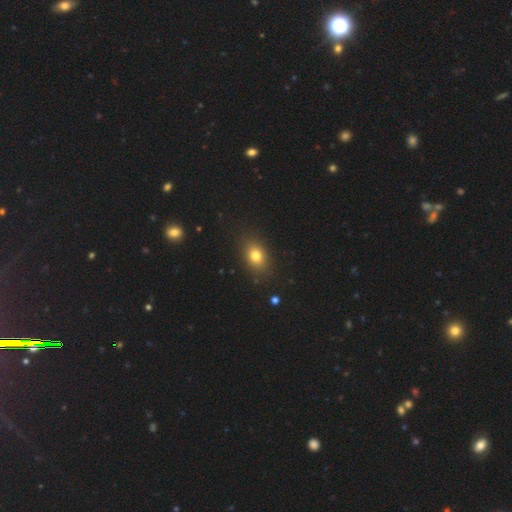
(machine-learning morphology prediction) This appears to be a smooth galaxy with no disk features (78%) that is in between round and cigar-shaped (69%). Merging: none (86%).